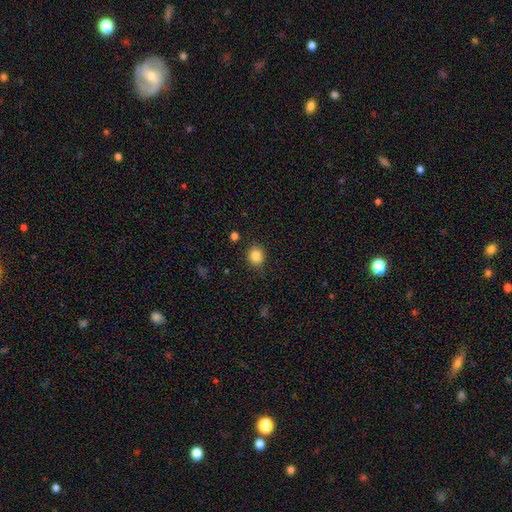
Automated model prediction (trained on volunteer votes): Smooth or featured? Predicted: smooth (p=0.83). How rounded? Predicted: round (p=0.77). Merging? Predicted: none (p=0.84).